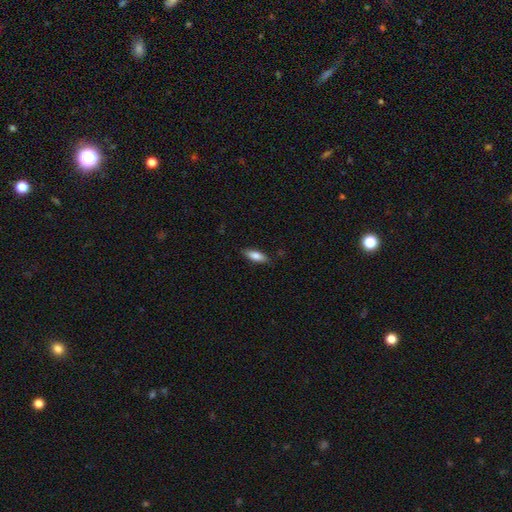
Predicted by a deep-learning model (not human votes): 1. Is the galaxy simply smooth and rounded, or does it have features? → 81% smooth, 13% featured or disk, 6% star or artifact.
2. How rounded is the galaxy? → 65% in between, 33% cigar-shaped, 2% round.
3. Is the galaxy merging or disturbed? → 85% none, 12% minor disturbance, 2% major disturbance, 1% merger.